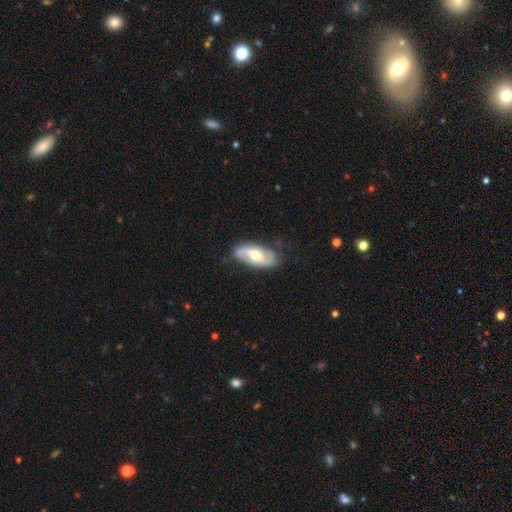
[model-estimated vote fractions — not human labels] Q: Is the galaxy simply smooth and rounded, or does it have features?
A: featured or disk — 76%.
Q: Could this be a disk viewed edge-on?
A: no — 91%.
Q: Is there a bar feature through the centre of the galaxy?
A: weak — 35%.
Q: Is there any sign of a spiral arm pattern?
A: yes — 83%.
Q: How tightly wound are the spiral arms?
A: loose — 40%.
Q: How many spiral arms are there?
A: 2 — 86%.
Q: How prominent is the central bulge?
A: moderate — 75%.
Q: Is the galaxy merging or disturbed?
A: none — 74%.